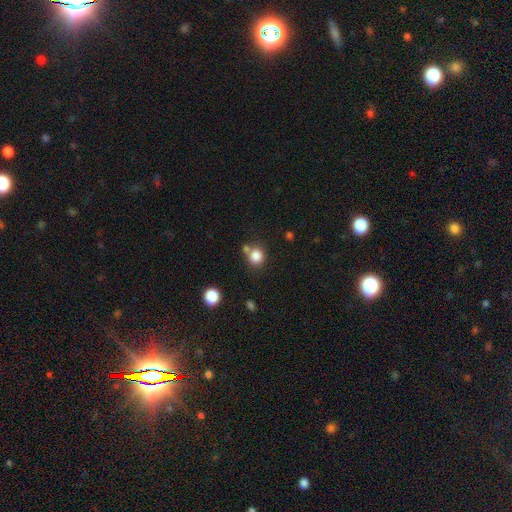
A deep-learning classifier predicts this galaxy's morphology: smooth_or_featured: smooth (p=0.83) [alt: star or artifact p=0.12]
how_rounded: round (p=0.86) [alt: in between p=0.13]
merging: none (p=0.66) [alt: merger p=0.19]